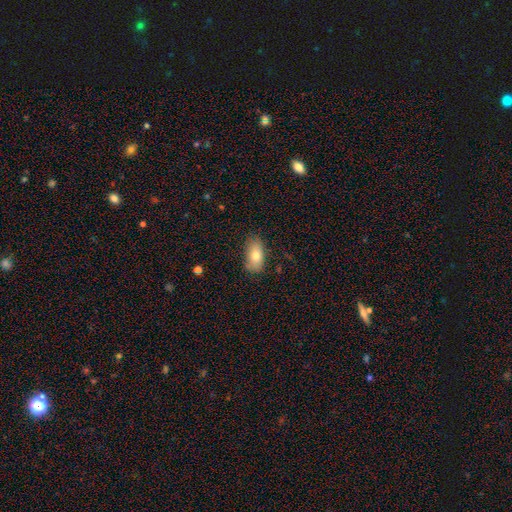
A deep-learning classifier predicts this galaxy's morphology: A smooth galaxy with no disk features (77%) that is in between round and cigar-shaped (92%). Merging: none (77%).